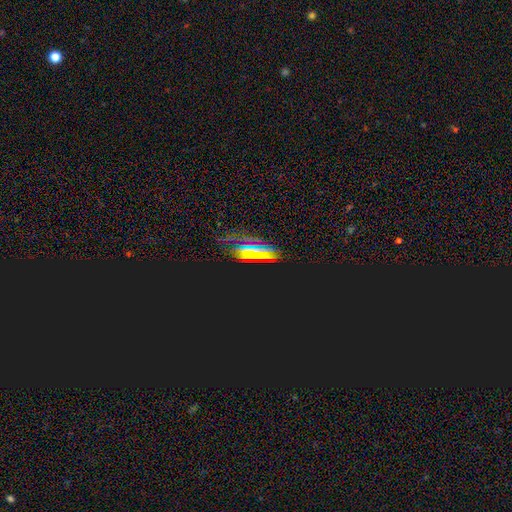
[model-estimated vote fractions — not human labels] A star or artifact, not a galaxy (70%).

Vote fractions:
- Smooth or featured? star or artifact: 70% / smooth: 18% / featured or disk: 12%